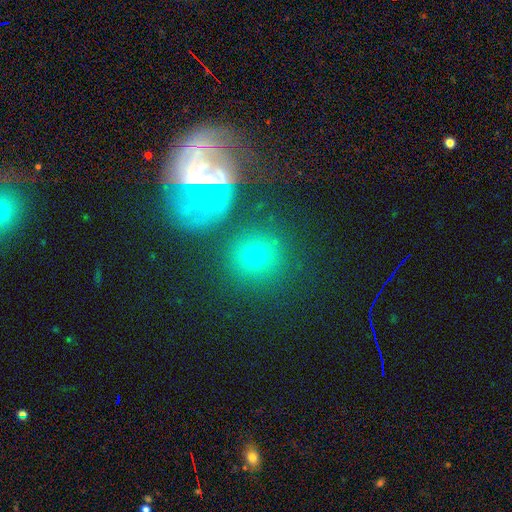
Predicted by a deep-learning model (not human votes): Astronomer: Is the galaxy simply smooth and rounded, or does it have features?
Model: smooth — 42% (runner-up: star or artifact, 33%).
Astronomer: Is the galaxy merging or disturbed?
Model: none — 76%.